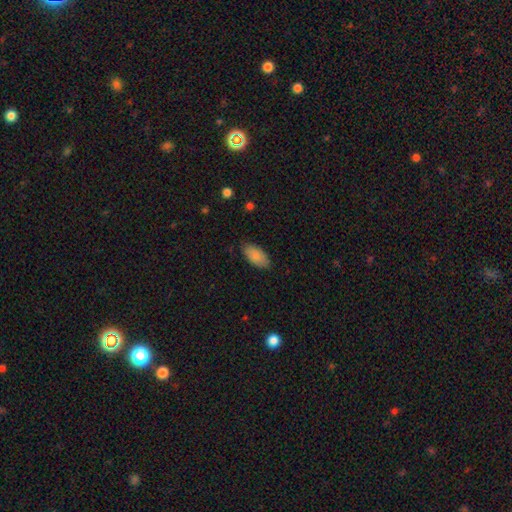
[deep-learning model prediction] smooth-or-featured: smooth: 88% | star or artifact: 6% | featured or disk: 6%
  how-rounded: in between: 92% | cigar-shaped: 6% | round: 2%
  merging: none: 83% | minor disturbance: 13% | major disturbance: 3% | merger: 1%